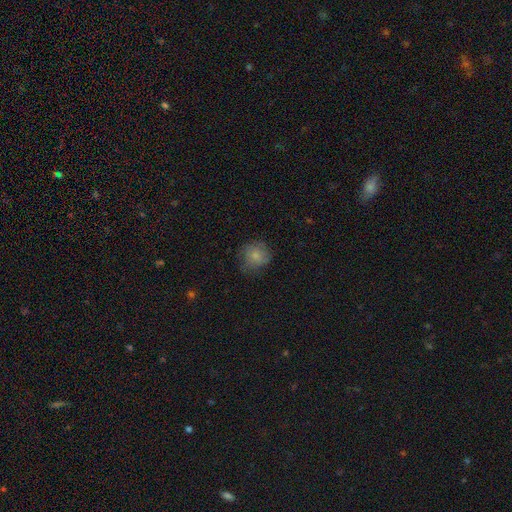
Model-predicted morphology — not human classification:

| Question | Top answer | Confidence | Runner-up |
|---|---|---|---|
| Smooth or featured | smooth | 77% | featured or disk (14%) |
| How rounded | round | 83% | in between (16%) |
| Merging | none | 65% | minor disturbance (25%) |